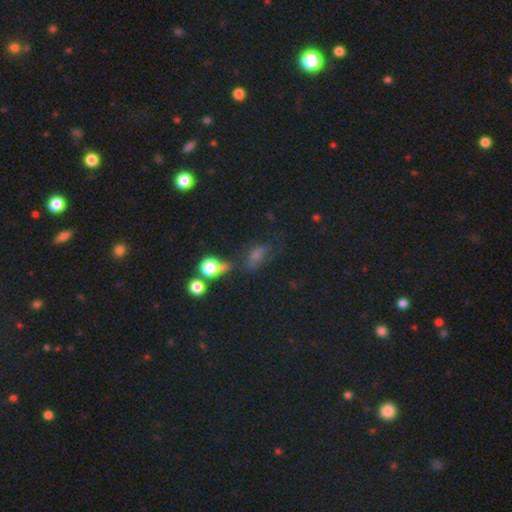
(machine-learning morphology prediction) A smooth galaxy with no disk features (49%).

Vote fractions:
- Smooth or featured? smooth: 49% / star or artifact: 33% / featured or disk: 18%
- Merging? none: 43% / major disturbance: 23% / minor disturbance: 22% / merger: 12%